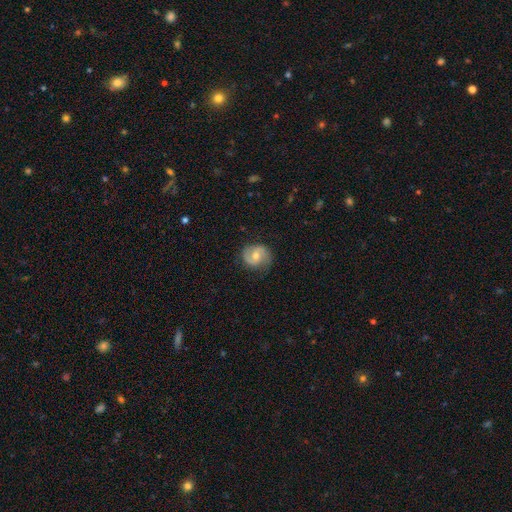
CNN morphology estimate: A featured or disk galaxy (75%) with a weak bar (47%), 2 (89%) medium (51%) spiral arms (94%) and a moderate central bulge (62%).

Vote fractions:
- Smooth or featured? featured or disk: 75% / smooth: 18% / star or artifact: 6%
- Edge-on disk? no: 98% / yes: 2%
- Bar? weak: 47% / no: 42% / strong: 11%
- Spiral arms? yes: 94% / no: 6%
- Spiral winding? medium: 51% / loose: 25% / tight: 24%
- Spiral arm count? 2: 89% / can't tell: 5% / 1: 3% / 3: 1% / 4: 1% / more than 4: 1%
- Bulge size? moderate: 62% / small: 33% / large: 2% / none: 2% / dominant: 1%
- Merging? none: 80% / minor disturbance: 15% / major disturbance: 4% / merger: 1%